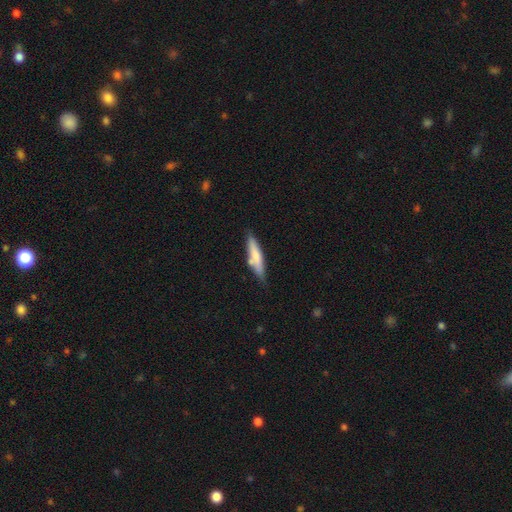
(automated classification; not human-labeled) A smooth galaxy with no disk features (63%) that is cigar-shaped (82%).

Vote fractions:
- Smooth or featured? smooth: 63% / featured or disk: 31% / star or artifact: 6%
- How rounded? cigar-shaped: 82% / in between: 17% / round: 2%
- Merging? none: 71% / minor disturbance: 18% / merger: 8% / major disturbance: 3%